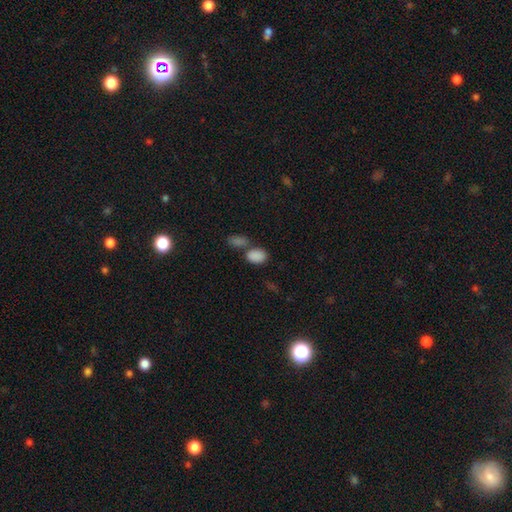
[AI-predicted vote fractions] Smooth or featured?
  - smooth: 86% *
  - star or artifact: 9%
  - featured or disk: 4%
How rounded?
  - in between: 86% *
  - round: 12%
  - cigar-shaped: 1%
Merging?
  - none: 48% *
  - merger: 36%
  - minor disturbance: 11%
  - major disturbance: 4%